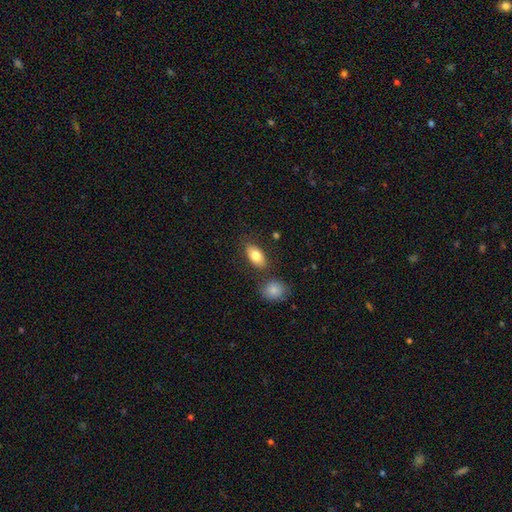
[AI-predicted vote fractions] Smooth or featured? Predicted: smooth (p=0.81). How rounded? Predicted: in between (p=0.91). Merging? Predicted: none (p=0.76).